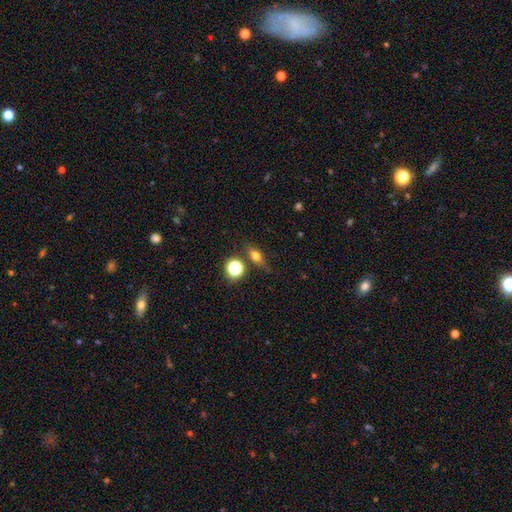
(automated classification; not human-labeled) Smooth or featured? Predicted: smooth (p=0.63). How rounded? Predicted: in between (p=0.55). Merging? Predicted: none (p=0.71).